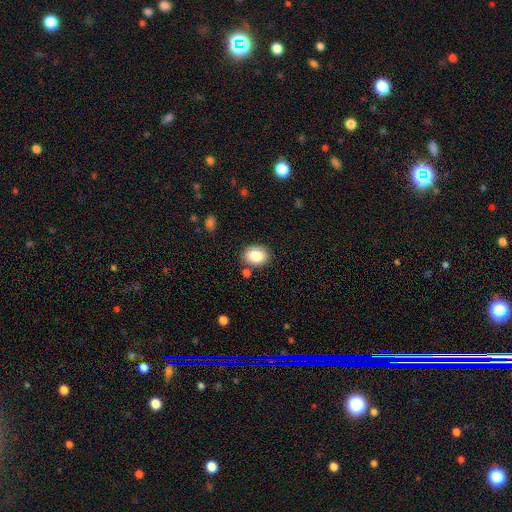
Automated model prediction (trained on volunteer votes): This is clearly a smooth galaxy (83%). How rounded: possibly in between (59%). Merging: clearly none (83%).